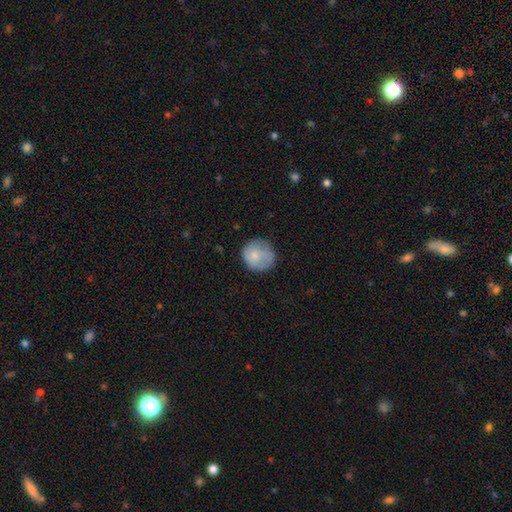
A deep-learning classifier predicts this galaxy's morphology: The model was most divided on "merging": none: 67%, minor disturbance: 23%, major disturbance: 8%, merger: 2%. More confident: how rounded — round (88%); smooth or featured — smooth (76%).